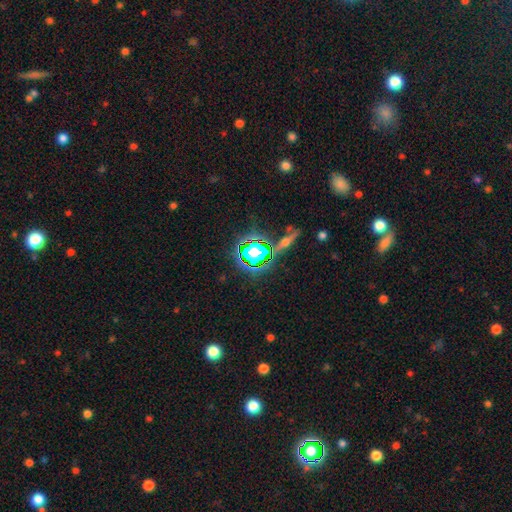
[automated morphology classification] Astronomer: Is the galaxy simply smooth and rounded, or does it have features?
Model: star or artifact — 75%.